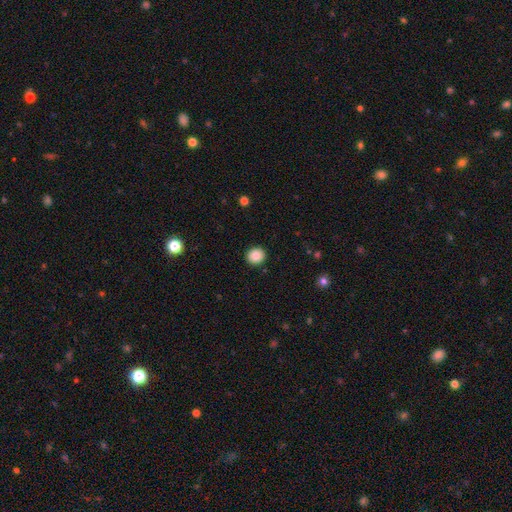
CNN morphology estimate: type=smooth (87%); roundness=round (87%); merging=none (92%).